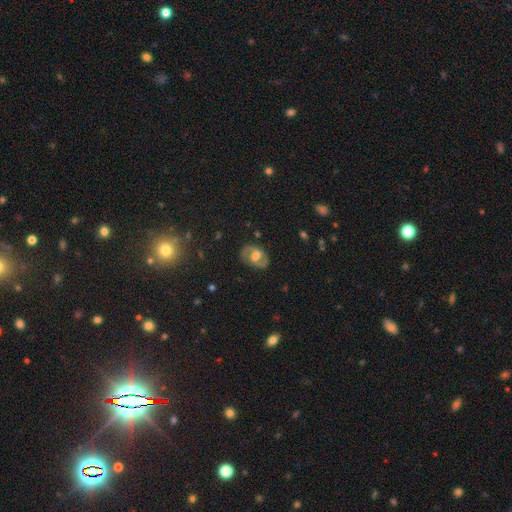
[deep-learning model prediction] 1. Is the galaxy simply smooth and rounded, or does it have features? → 59% featured or disk, 33% smooth, 8% star or artifact.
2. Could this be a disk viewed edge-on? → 95% no, 5% yes.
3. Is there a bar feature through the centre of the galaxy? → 45% no, 42% weak, 13% strong.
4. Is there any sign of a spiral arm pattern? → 67% yes, 33% no.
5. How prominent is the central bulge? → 45% moderate, 38% large, 10% small, 5% none, 3% dominant.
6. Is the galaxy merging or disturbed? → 75% none, 17% minor disturbance, 7% major disturbance, 1% merger.